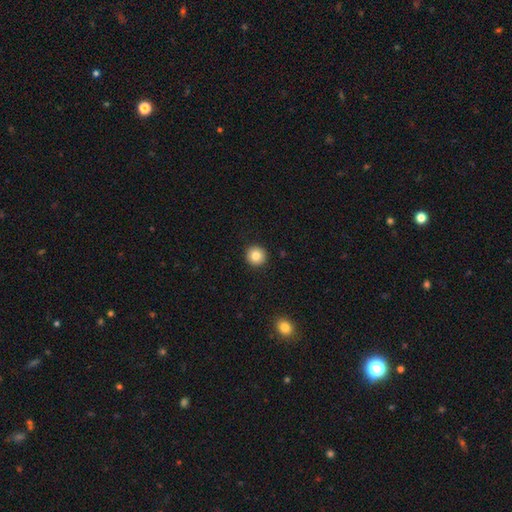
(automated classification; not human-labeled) Smooth or featured: smooth — 83% (star or artifact — 10%)
How rounded: round — 96% (in between — 3%)
Merging: none — 94% (minor disturbance — 4%)